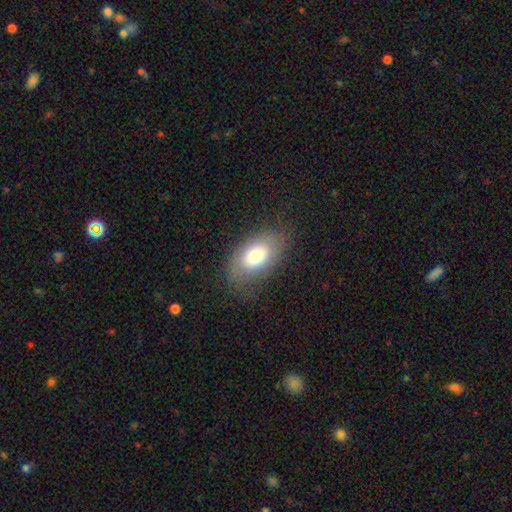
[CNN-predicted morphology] Smooth or featured? smooth (70%)
How rounded? in between (90%)
Merging? none (75%)